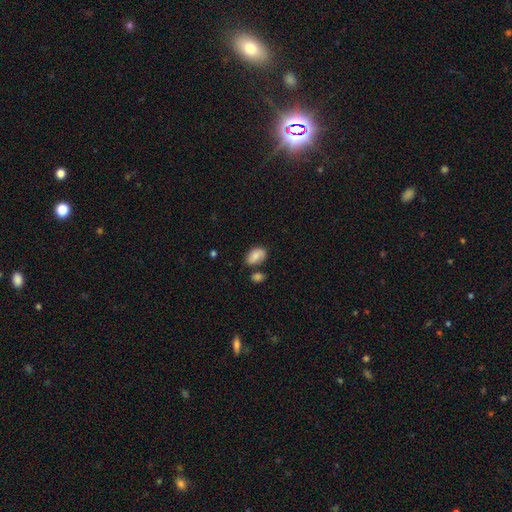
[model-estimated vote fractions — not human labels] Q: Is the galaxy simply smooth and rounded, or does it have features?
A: smooth — 73%.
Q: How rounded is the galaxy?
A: in between — 87%.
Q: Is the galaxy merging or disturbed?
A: none — 58%.